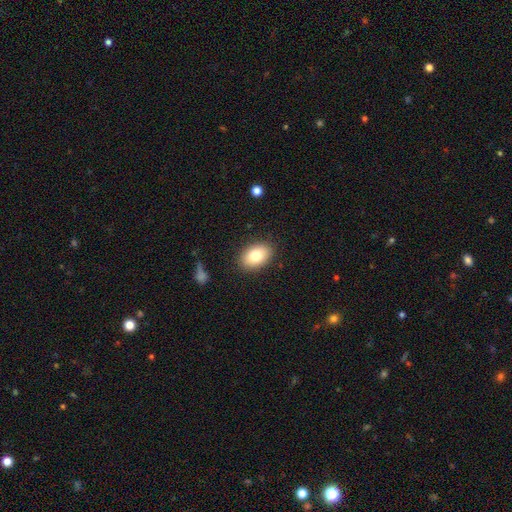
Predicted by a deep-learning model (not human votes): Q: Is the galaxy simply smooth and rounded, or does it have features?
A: smooth — 81%.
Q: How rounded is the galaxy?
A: in between — 85%.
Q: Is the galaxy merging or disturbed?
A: none — 87%.